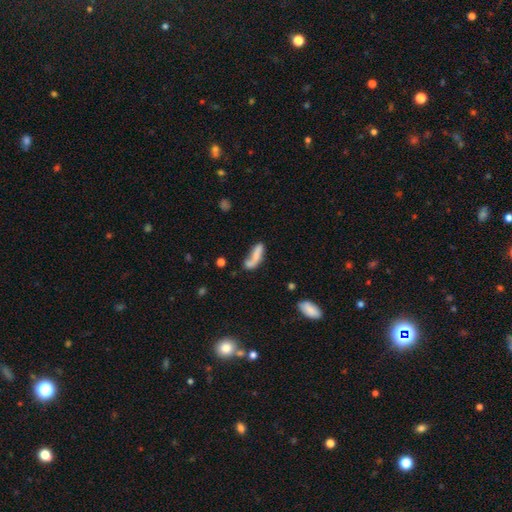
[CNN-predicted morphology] Q: Smooth or featured?
A: smooth (61%); runner-up: featured or disk (31%)
Q: How rounded?
A: in between (53%); runner-up: cigar-shaped (43%)
Q: Merging?
A: none (35%); runner-up: merger (25%)